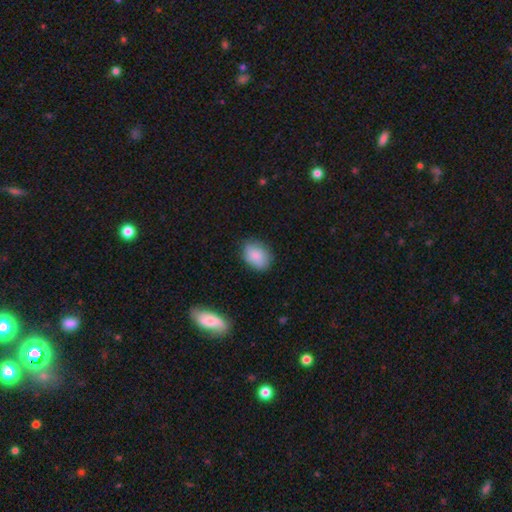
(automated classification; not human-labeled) smooth_or_featured: smooth (p=0.83) [alt: featured or disk p=0.10]
how_rounded: in between (p=0.72) [alt: round p=0.27]
merging: none (p=0.77) [alt: minor disturbance p=0.18]